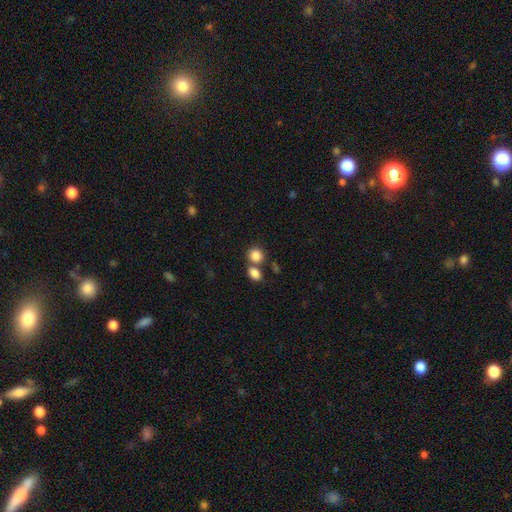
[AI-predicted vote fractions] smooth_or_featured: smooth (p=0.84) [alt: star or artifact p=0.10]
how_rounded: round (p=0.74) [alt: in between p=0.25]
merging: none (p=0.52) [alt: merger p=0.36]